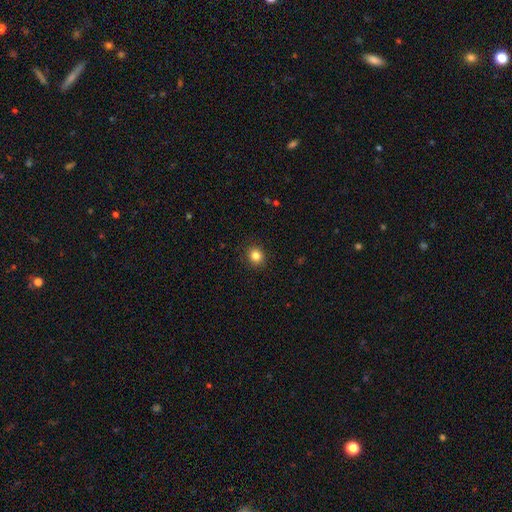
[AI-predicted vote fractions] Smooth or featured: smooth — 84% (star or artifact — 11%)
How rounded: round — 83% (in between — 16%)
Merging: none — 91% (minor disturbance — 6%)